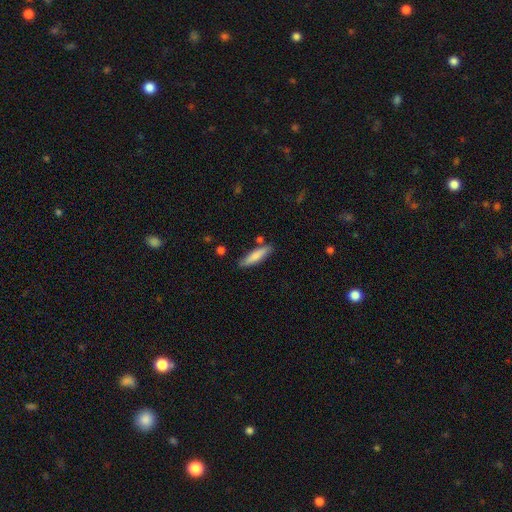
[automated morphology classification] This appears to be a smooth galaxy with no disk features (76%) that is cigar-shaped (78%). Merging: none (82%).